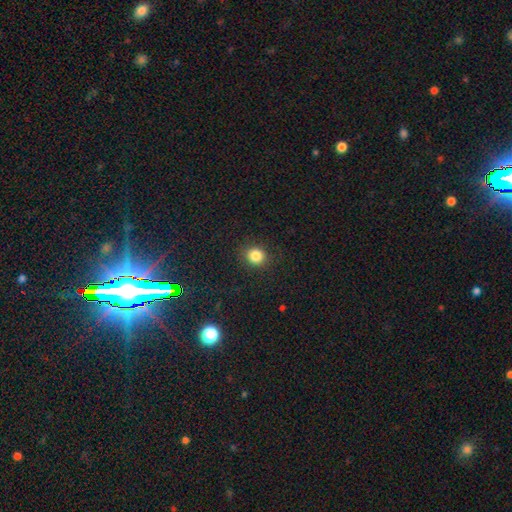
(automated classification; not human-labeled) Q: Smooth or featured?
A: smooth (84%); runner-up: star or artifact (12%)
Q: How rounded?
A: round (83%); runner-up: in between (16%)
Q: Merging?
A: none (89%); runner-up: minor disturbance (7%)